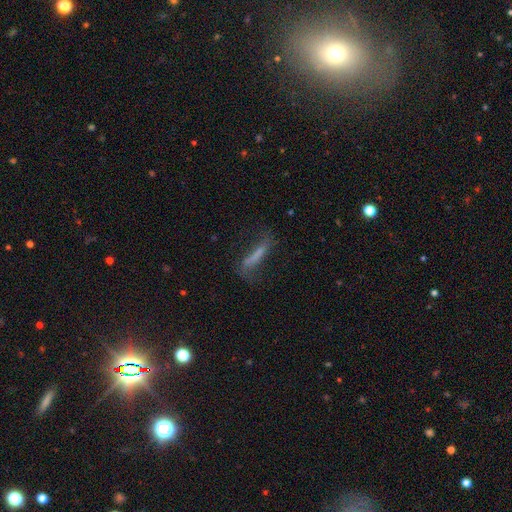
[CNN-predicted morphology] Q: Smooth or featured?
A: smooth (47%); runner-up: featured or disk (41%)
Q: Merging?
A: none (55%); runner-up: minor disturbance (23%)